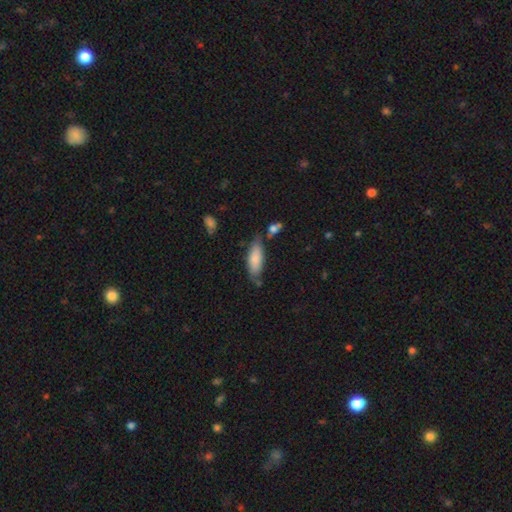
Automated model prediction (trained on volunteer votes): This is likely a smooth galaxy (79%). How rounded: likely in between (63%). Merging: likely none (67%).